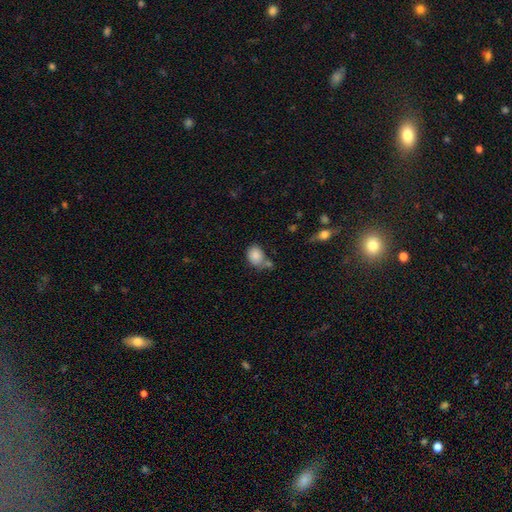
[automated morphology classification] type=smooth (85%); roundness=in between (58%); merging=none (55%).